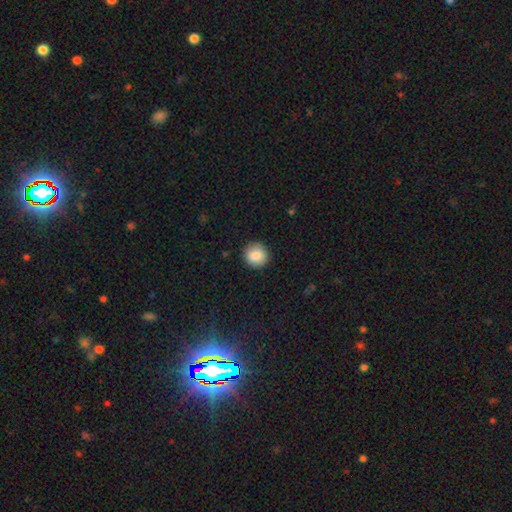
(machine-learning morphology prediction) Smooth or featured? Predicted: smooth (p=0.86). How rounded? Predicted: round (p=0.92). Merging? Predicted: none (p=0.89).